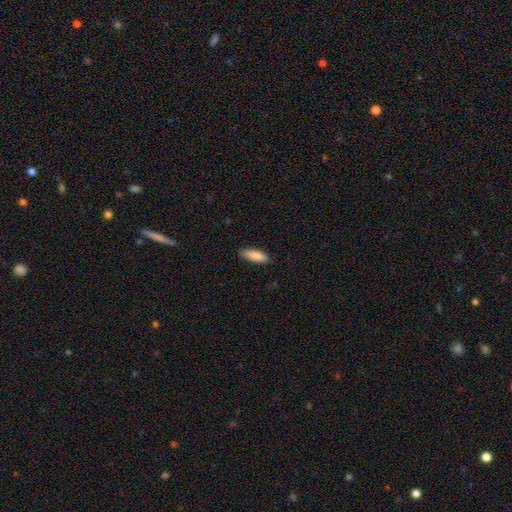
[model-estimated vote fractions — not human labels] Smooth or featured? smooth (88%)
How rounded? in between (58%)
Merging? none (85%)